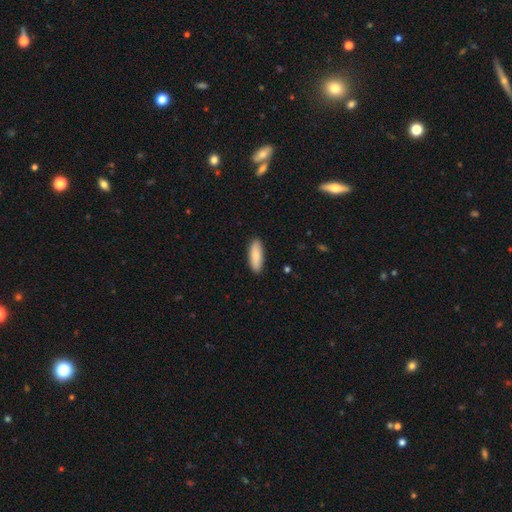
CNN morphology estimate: Overall: smooth (86%). How rounded: in between (65%; cigar-shaped 33%). Merging: none (89%).